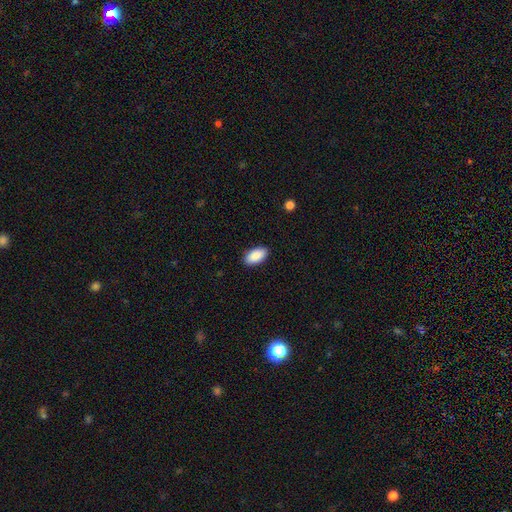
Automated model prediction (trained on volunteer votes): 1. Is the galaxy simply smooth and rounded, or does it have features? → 90% smooth, 6% star or artifact, 4% featured or disk.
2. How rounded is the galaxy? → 94% in between, 3% cigar-shaped, 2% round.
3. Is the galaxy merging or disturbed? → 89% none, 8% minor disturbance, 2% major disturbance, 1% merger.